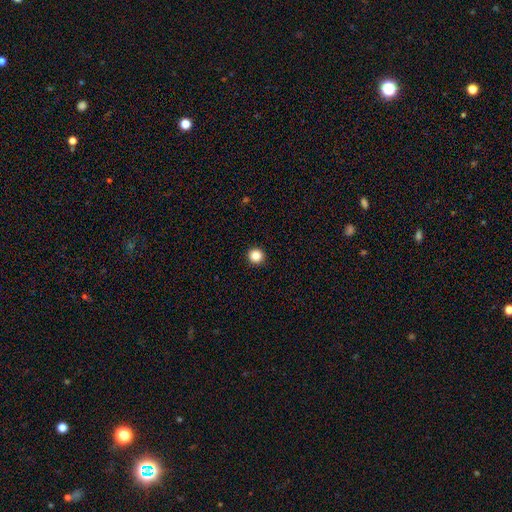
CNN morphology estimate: smooth 86%, star or artifact 10%, featured or disk 3%. Down the decision tree: how rounded — round (95%); merging — none (94%).